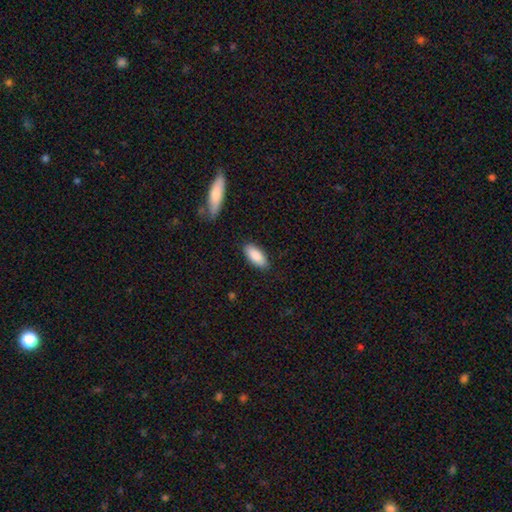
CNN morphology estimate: Smooth or featured? Predicted: smooth (p=0.88). How rounded? Predicted: in between (p=0.85). Merging? Predicted: none (p=0.86).